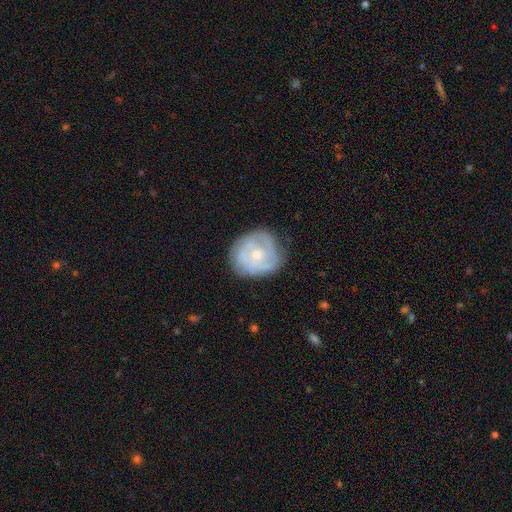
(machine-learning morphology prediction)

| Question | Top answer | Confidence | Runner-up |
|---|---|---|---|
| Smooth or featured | featured or disk | 68% | smooth (26%) |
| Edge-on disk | no | 98% | yes (2%) |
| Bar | no | 79% | weak (18%) |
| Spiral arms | yes | 71% | no (29%) |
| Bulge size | moderate | 50% | small (44%) |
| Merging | none | 72% | minor disturbance (20%) |